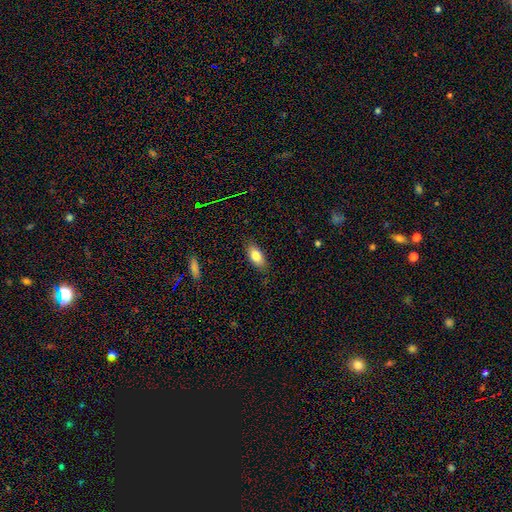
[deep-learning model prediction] Smooth or featured? smooth (82%)
How rounded? in between (88%)
Merging? none (83%)